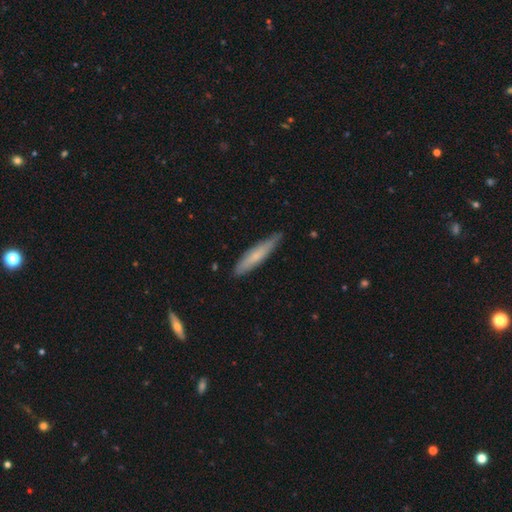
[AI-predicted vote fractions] A smooth galaxy with no disk features (61%) that is cigar-shaped (89%). Merging: none (81%).